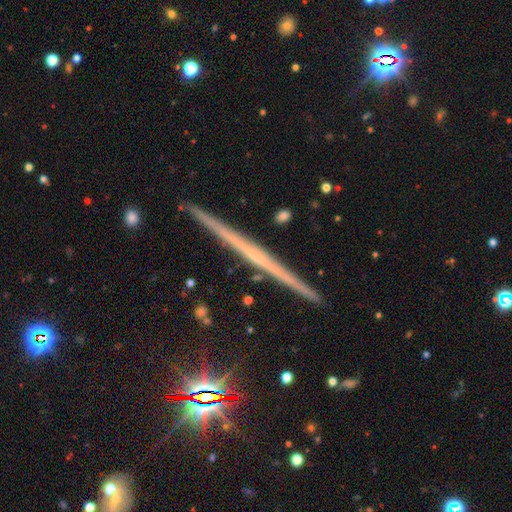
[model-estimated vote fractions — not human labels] Smooth or featured: featured or disk — 70% (smooth — 19%)
Edge-on disk: yes — 98% (no — 2%)
Edge-on bulge: none — 80% (rounded — 15%)
Merging: none — 91% (minor disturbance — 6%)